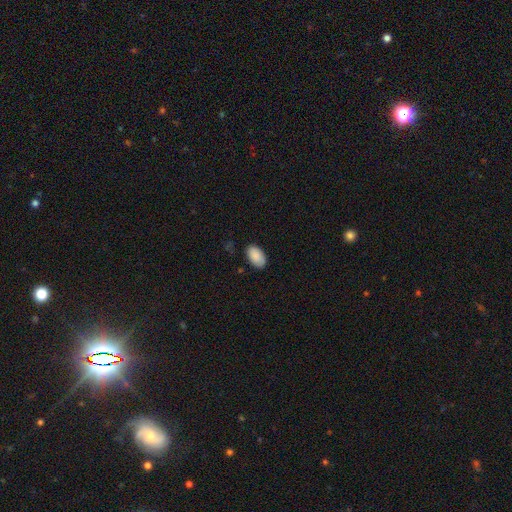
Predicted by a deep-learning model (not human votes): smooth_or_featured: smooth (p=0.89) [alt: star or artifact p=0.06]
how_rounded: in between (p=0.95) [alt: round p=0.04]
merging: none (p=0.83) [alt: minor disturbance p=0.13]